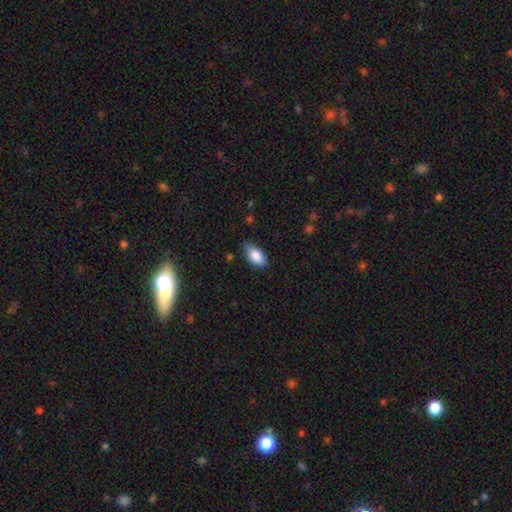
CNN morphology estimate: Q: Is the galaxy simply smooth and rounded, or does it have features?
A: smooth — 86%.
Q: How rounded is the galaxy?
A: in between — 93%.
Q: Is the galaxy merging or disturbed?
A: none — 72%.